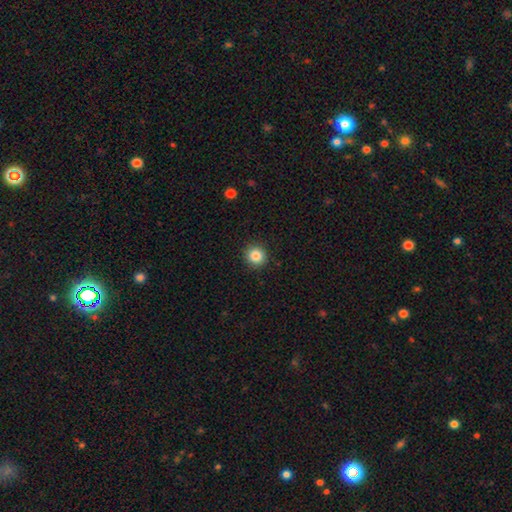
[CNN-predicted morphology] A smooth galaxy with no disk features (85%) that is round (92%).

Vote fractions:
- Smooth or featured? smooth: 85% / star or artifact: 10% / featured or disk: 5%
- How rounded? round: 92% / in between: 7% / cigar-shaped: 1%
- Merging? none: 92% / minor disturbance: 5% / major disturbance: 2% / merger: 1%